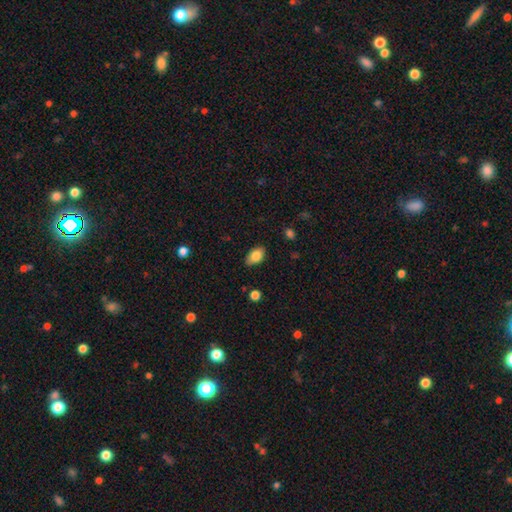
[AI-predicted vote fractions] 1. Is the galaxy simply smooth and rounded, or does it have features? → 85% smooth, 7% star or artifact, 7% featured or disk.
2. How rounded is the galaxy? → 90% in between, 8% round, 2% cigar-shaped.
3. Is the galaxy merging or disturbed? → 83% none, 13% minor disturbance, 3% major disturbance, 1% merger.